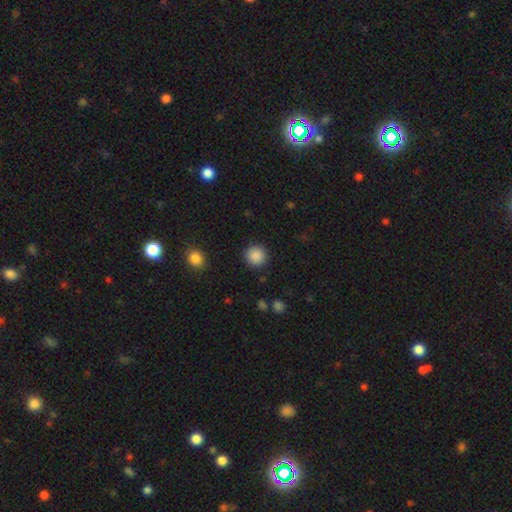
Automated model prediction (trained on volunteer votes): This appears to be a smooth galaxy with no disk features (88%) that is round (94%). Merging: none (91%).